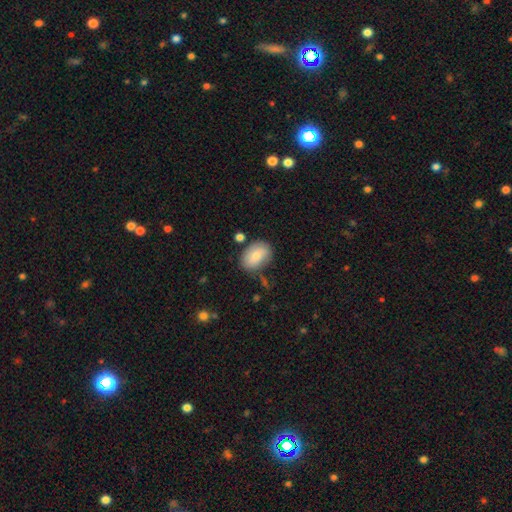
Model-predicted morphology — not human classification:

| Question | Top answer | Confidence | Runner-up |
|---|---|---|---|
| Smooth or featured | smooth | 75% | featured or disk (18%) |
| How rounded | in between | 84% | round (15%) |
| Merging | none | 72% | minor disturbance (18%) |